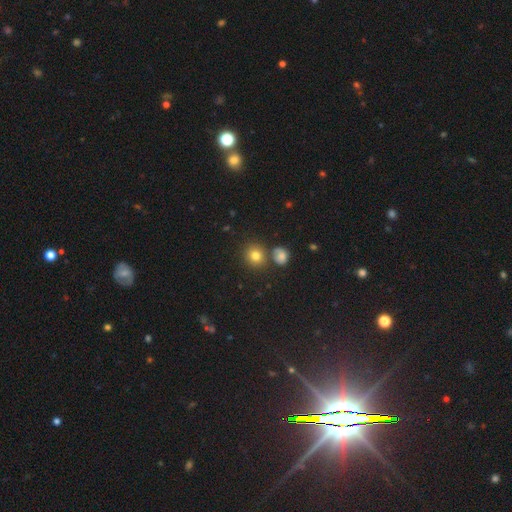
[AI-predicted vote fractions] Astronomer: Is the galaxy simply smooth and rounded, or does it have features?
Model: smooth — 79%.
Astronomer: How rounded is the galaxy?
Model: round — 86%.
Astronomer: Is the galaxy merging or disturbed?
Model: none — 74%.